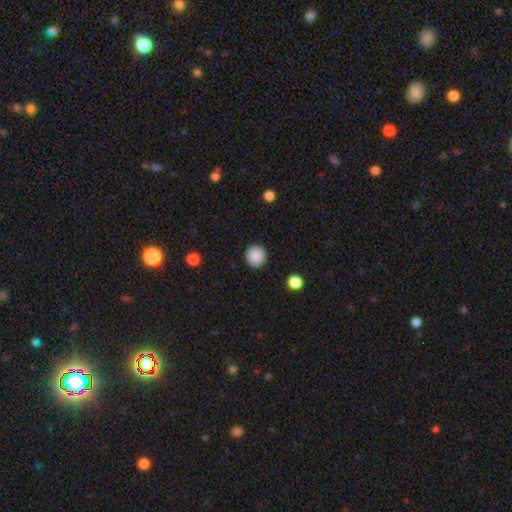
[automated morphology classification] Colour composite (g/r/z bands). It shows a smooth galaxy with no disk features (89%) that is round (91%). Merging: none (91%).